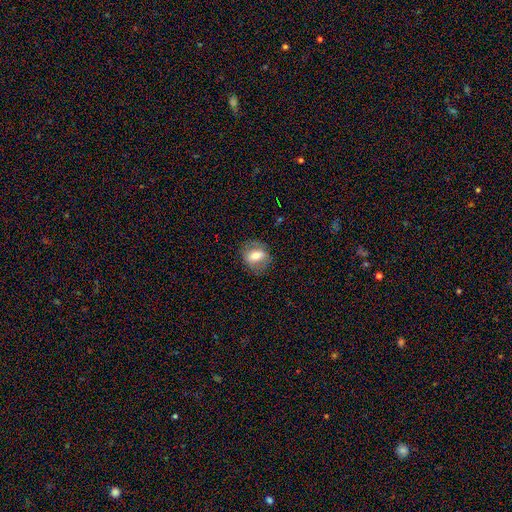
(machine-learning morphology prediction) Smooth or featured? smooth (59%)
How rounded? in between (52%)
Merging? none (78%)